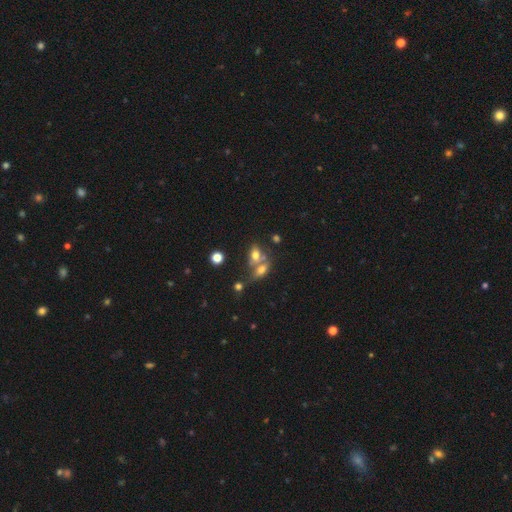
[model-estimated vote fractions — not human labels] Smooth or featured? smooth (63%)
How rounded? in between (78%)
Merging? merger (52%)